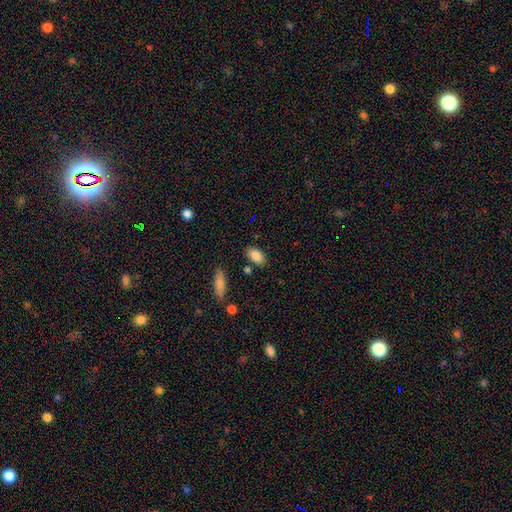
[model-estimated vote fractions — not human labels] Smooth or featured? smooth (86%)
How rounded? in between (92%)
Merging? none (82%)